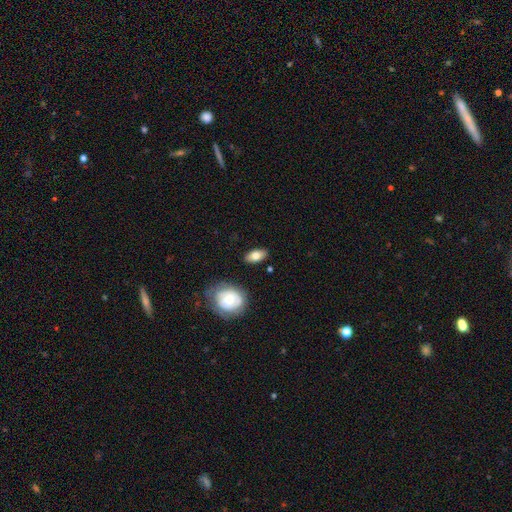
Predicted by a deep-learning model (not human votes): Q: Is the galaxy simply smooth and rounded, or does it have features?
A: smooth — 74%.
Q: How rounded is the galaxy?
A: in between — 89%.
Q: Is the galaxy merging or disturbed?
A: none — 85%.